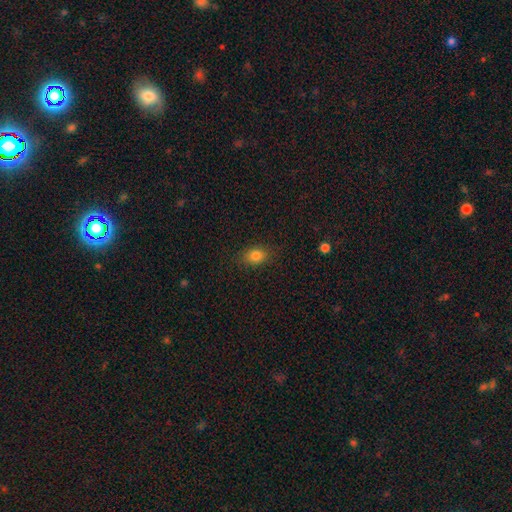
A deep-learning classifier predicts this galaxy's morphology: Smooth or featured? Predicted: smooth (p=0.82). How rounded? Predicted: in between (p=0.69). Merging? Predicted: none (p=0.85).